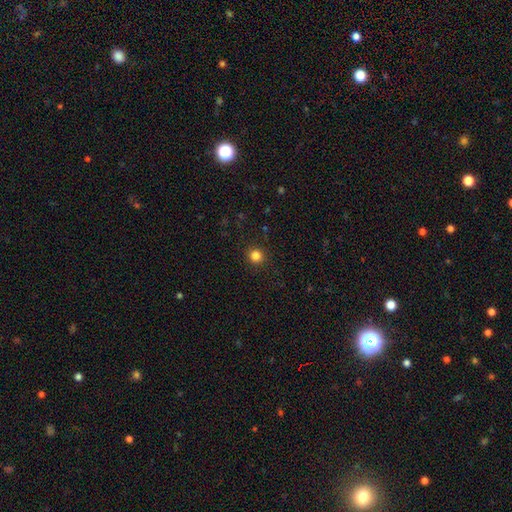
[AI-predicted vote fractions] Morphology: type=smooth (83%); roundness=round (93%); merging=none (91%).